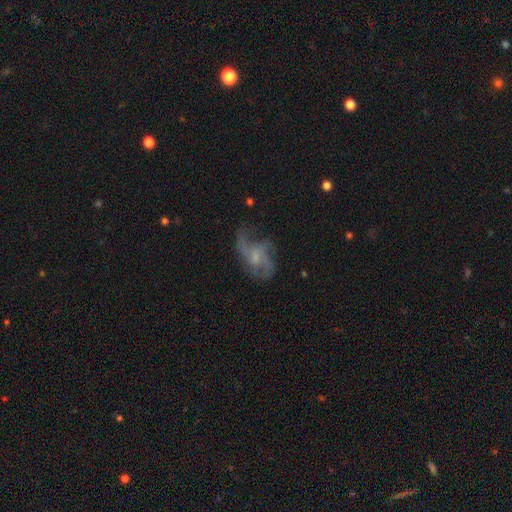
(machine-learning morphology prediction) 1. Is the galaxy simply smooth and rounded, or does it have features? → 69% featured or disk, 21% smooth, 10% star or artifact.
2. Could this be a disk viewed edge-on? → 96% no, 4% yes.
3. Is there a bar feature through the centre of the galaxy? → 57% no, 37% weak, 6% strong.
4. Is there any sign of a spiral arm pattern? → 81% yes, 19% no.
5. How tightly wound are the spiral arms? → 56% loose, 34% medium, 10% tight.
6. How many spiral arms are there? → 28% 3, 27% 2, 22% can't tell, 11% 4, 8% 1, 5% more than 4.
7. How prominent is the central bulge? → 48% small, 25% none, 24% moderate, 3% large, 1% dominant.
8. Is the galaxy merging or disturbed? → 45% none, 30% major disturbance, 22% minor disturbance, 3% merger.